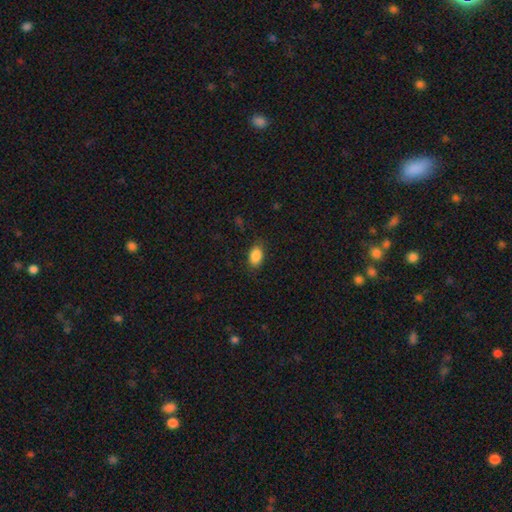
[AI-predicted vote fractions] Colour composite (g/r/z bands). It shows a smooth galaxy with no disk features (88%) that is in between round and cigar-shaped (89%). Merging: none (85%).